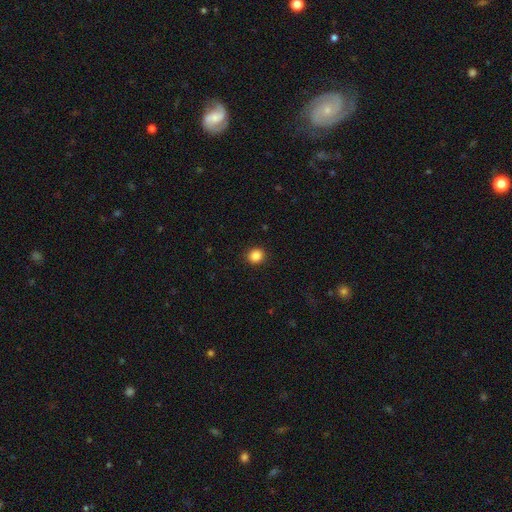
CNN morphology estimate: Q: Smooth or featured?
A: smooth (86%); runner-up: star or artifact (10%)
Q: How rounded?
A: round (84%); runner-up: in between (15%)
Q: Merging?
A: none (91%); runner-up: minor disturbance (6%)